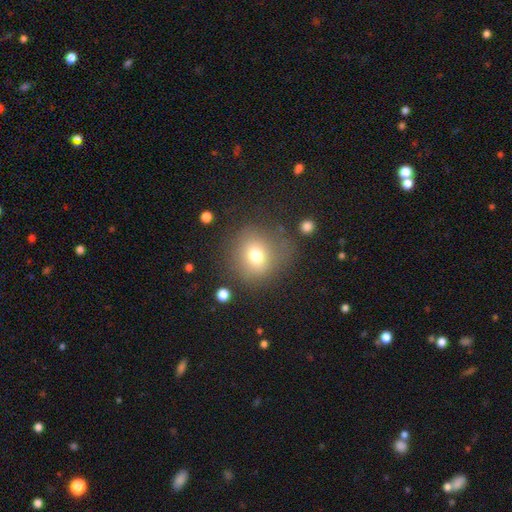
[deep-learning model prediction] Smooth or featured: smooth — 74% (featured or disk — 13%)
How rounded: round — 84% (in between — 15%)
Merging: none — 71% (minor disturbance — 17%)